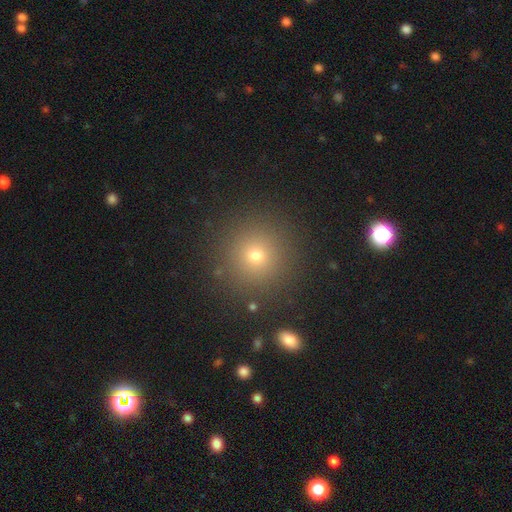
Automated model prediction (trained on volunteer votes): smooth-or-featured: smooth: 71% | star or artifact: 20% | featured or disk: 9%
  how-rounded: round: 93% | in between: 6% | cigar-shaped: 1%
  merging: none: 89% | minor disturbance: 6% | major disturbance: 3% | merger: 2%